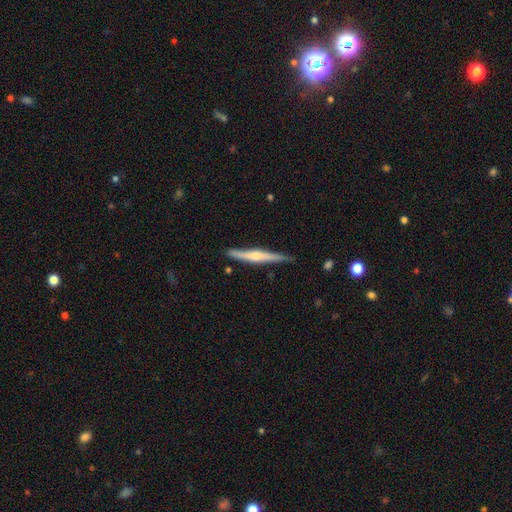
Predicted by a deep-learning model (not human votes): Smooth or featured?
  - featured or disk: 64% *
  - smooth: 30%
  - star or artifact: 5%
Edge-on disk?
  - yes: 97% *
  - no: 3%
Edge-on bulge?
  - rounded: 72% *
  - none: 15%
  - boxy: 13%
Merging?
  - none: 83% *
  - minor disturbance: 13%
  - major disturbance: 2%
  - merger: 2%